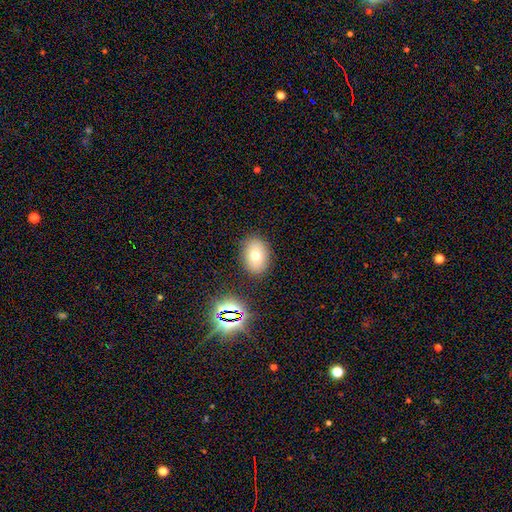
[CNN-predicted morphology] Q: Smooth or featured?
A: smooth (71%); runner-up: featured or disk (15%)
Q: How rounded?
A: in between (76%); runner-up: round (23%)
Q: Merging?
A: none (86%); runner-up: minor disturbance (9%)